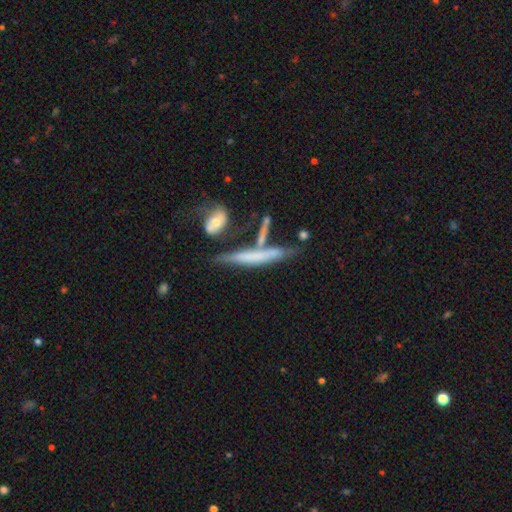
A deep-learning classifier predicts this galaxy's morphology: This appears to be a featured or disk galaxy (49%). Merging: none (50%).